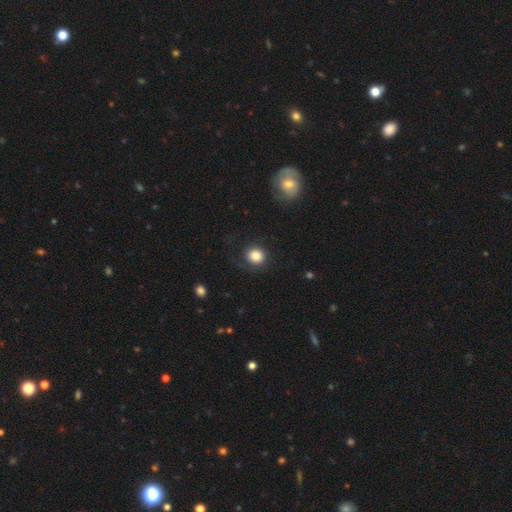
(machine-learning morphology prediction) smooth-or-featured: smooth: 80% | featured or disk: 11% | star or artifact: 9%
  how-rounded: round: 82% | in between: 17% | cigar-shaped: 1%
  merging: none: 73% | minor disturbance: 14% | major disturbance: 12% | merger: 2%